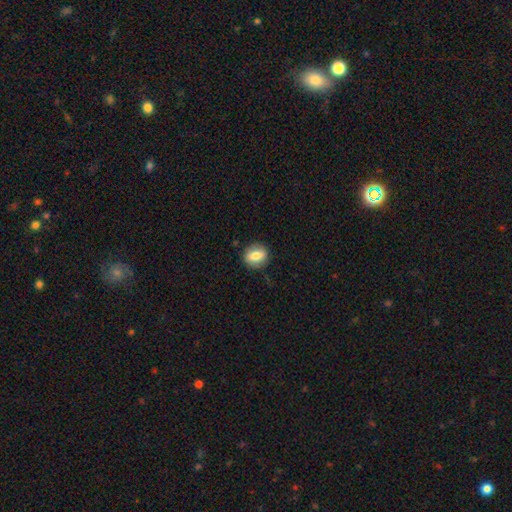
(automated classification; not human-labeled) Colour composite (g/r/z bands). It shows a smooth galaxy with no disk features (72%) that is round (66%). Merging: none (87%).